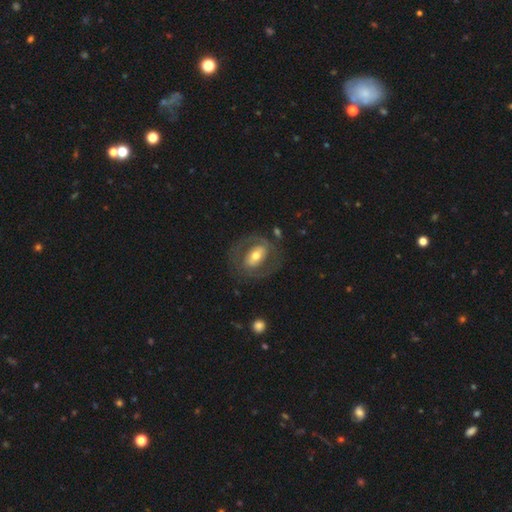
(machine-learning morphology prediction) A featured or disk galaxy (68%) with a strong bar (34%), spiral arms (61%) and a moderate central bulge (65%).

Vote fractions:
- Smooth or featured? featured or disk: 68% / smooth: 26% / star or artifact: 6%
- Edge-on disk? no: 95% / yes: 5%
- Bar? strong: 34% / no: 33% / weak: 32%
- Spiral arms? yes: 61% / no: 39%
- Bulge size? moderate: 65% / small: 19% / large: 13% / dominant: 1% / none: 1%
- Merging? none: 69% / minor disturbance: 15% / major disturbance: 13% / merger: 2%